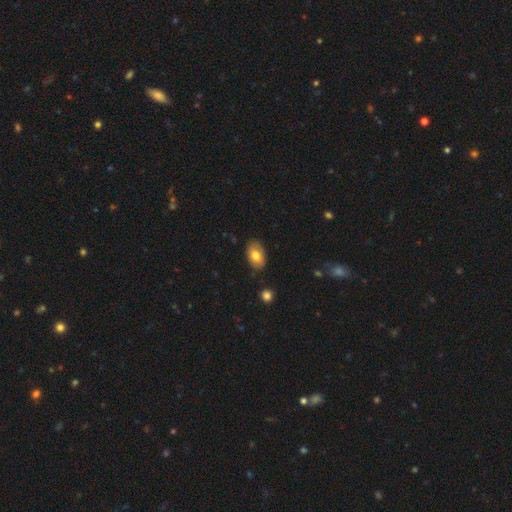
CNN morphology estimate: Smooth or featured: smooth — 76% (featured or disk — 17%)
How rounded: in between — 90% (round — 8%)
Merging: none — 81% (minor disturbance — 15%)